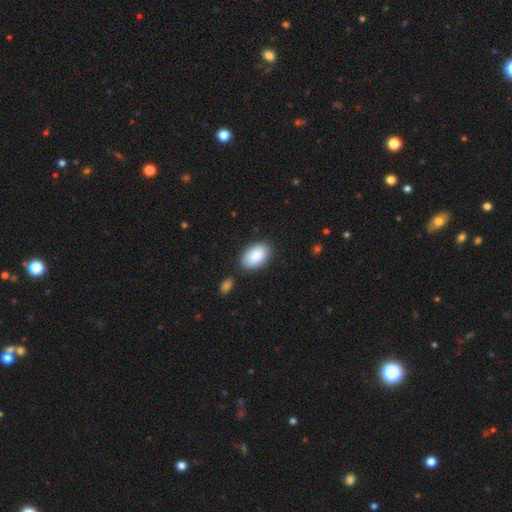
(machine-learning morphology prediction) Smooth or featured? smooth (89%)
How rounded? in between (94%)
Merging? none (81%)